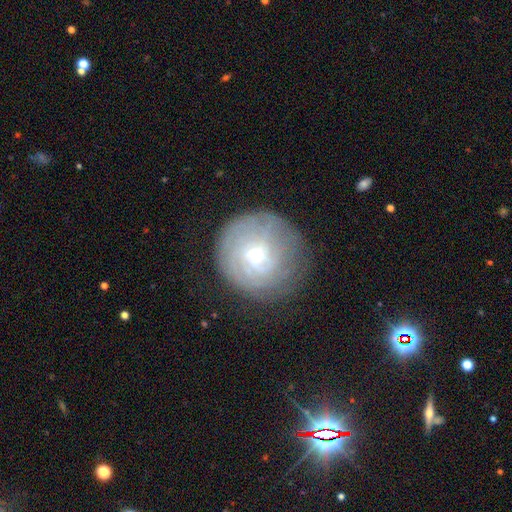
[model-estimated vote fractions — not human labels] Q: Smooth or featured?
A: featured or disk (69%); runner-up: smooth (23%)
Q: Edge-on disk?
A: no (97%); runner-up: yes (3%)
Q: Bar?
A: no (50%); runner-up: weak (42%)
Q: Spiral arms?
A: yes (87%); runner-up: no (13%)
Q: Spiral winding?
A: tight (77%); runner-up: medium (17%)
Q: Spiral arm count?
A: can't tell (53%); runner-up: 4 (12%)
Q: Bulge size?
A: small (67%); runner-up: moderate (28%)
Q: Merging?
A: none (78%); runner-up: minor disturbance (14%)